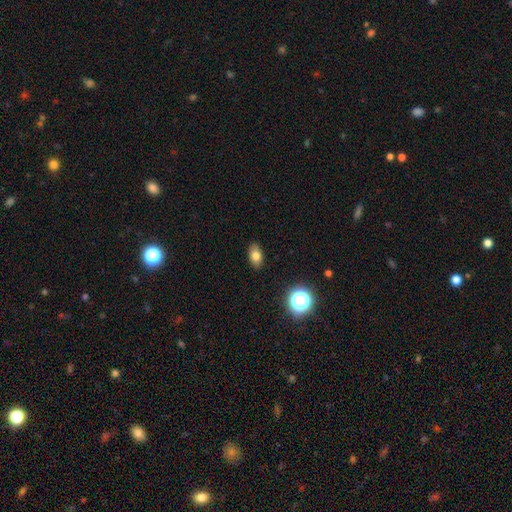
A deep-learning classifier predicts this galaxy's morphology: Q: Smooth or featured?
A: smooth (77%); runner-up: star or artifact (12%)
Q: How rounded?
A: in between (88%); runner-up: round (10%)
Q: Merging?
A: none (88%); runner-up: minor disturbance (9%)